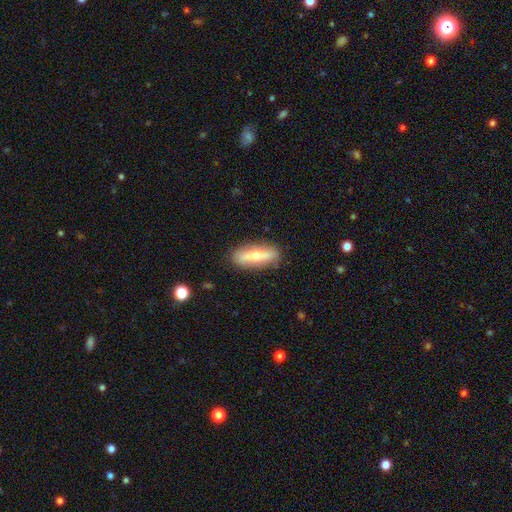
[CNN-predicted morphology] type=smooth (48%); merging=none (85%).